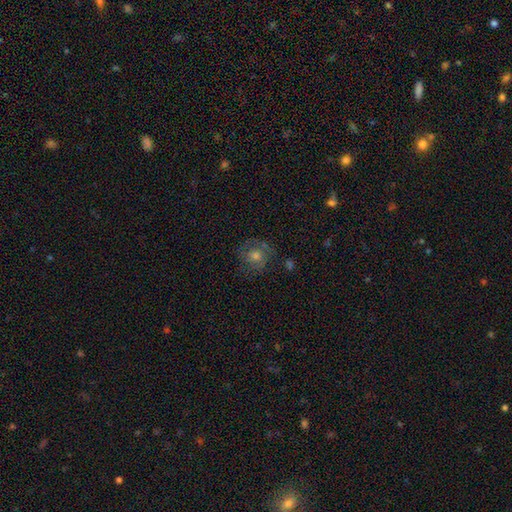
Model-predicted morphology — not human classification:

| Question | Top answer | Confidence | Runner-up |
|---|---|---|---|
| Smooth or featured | featured or disk | 51% | smooth (30%) |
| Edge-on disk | no | 97% | yes (3%) |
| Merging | none | 76% | minor disturbance (14%) |